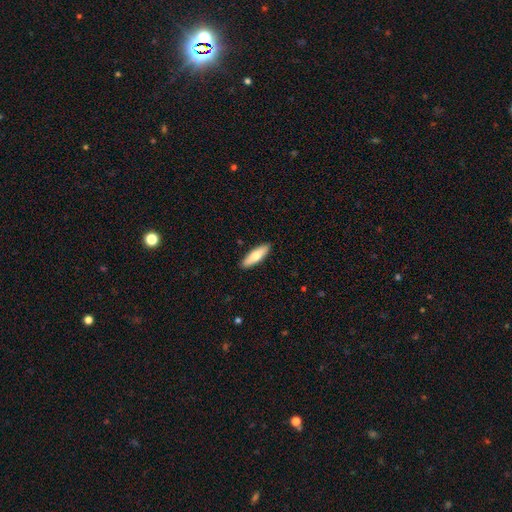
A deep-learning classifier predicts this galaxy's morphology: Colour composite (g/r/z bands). It shows a smooth galaxy with no disk features (70%) that is cigar-shaped (52%). Merging: none (91%).